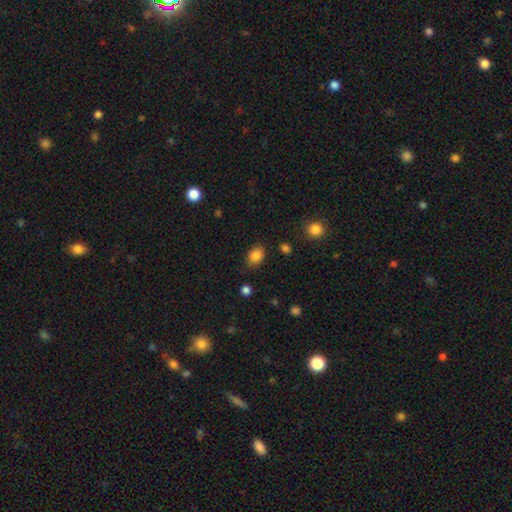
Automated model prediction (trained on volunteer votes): A smooth galaxy with no disk features (85%) that is in between round and cigar-shaped (72%).

Vote fractions:
- Smooth or featured? smooth: 85% / star or artifact: 9% / featured or disk: 6%
- How rounded? in between: 72% / round: 27% / cigar-shaped: 1%
- Merging? none: 80% / minor disturbance: 14% / major disturbance: 3% / merger: 2%